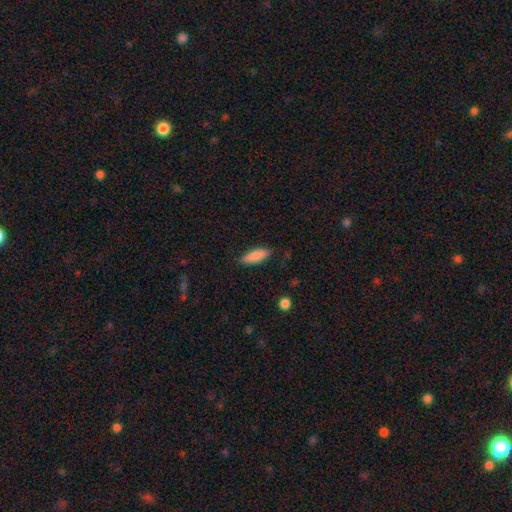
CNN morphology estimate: A smooth galaxy with no disk features (88%) that is in between round and cigar-shaped (53%). Merging: none (87%).